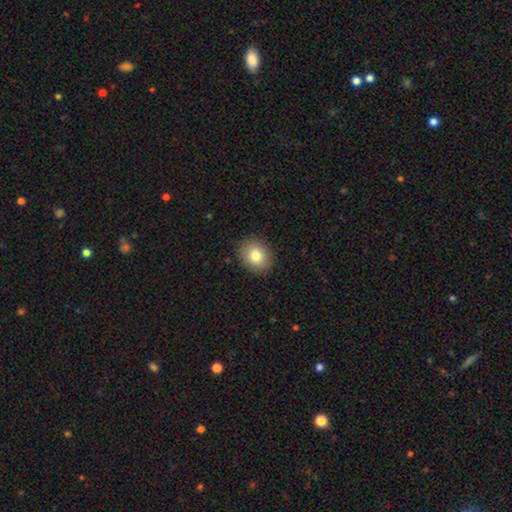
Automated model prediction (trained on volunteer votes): Smooth or featured? smooth (80%)
How rounded? round (65%)
Merging? none (89%)